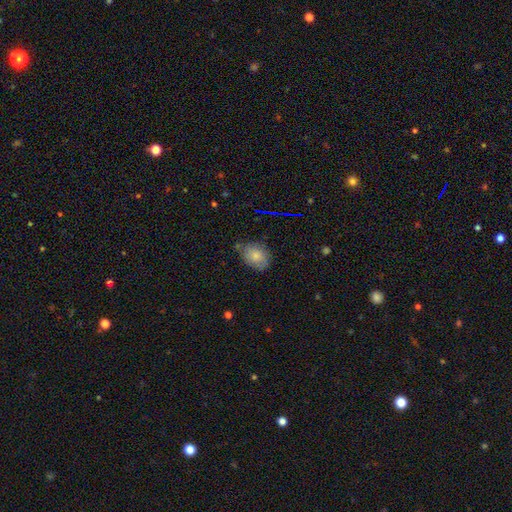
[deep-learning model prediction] A smooth galaxy with no disk features (78%) that is in between round and cigar-shaped (65%).

Vote fractions:
- Smooth or featured? smooth: 78% / featured or disk: 12% / star or artifact: 10%
- How rounded? in between: 65% / round: 34% / cigar-shaped: 1%
- Merging? none: 64% / minor disturbance: 27% / major disturbance: 5% / merger: 4%